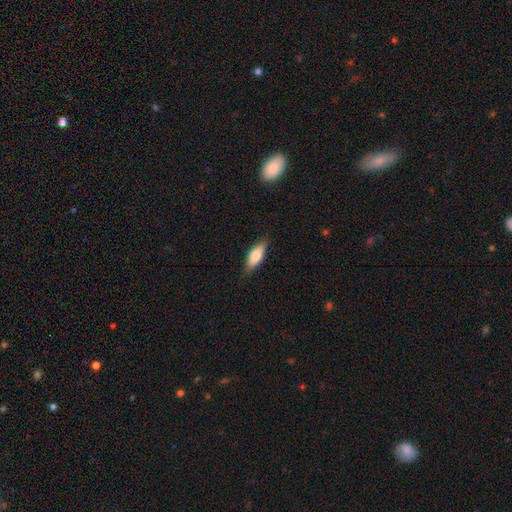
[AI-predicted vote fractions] This appears to be a smooth galaxy with no disk features (74%) that is in between round and cigar-shaped (68%). Merging: none (84%).